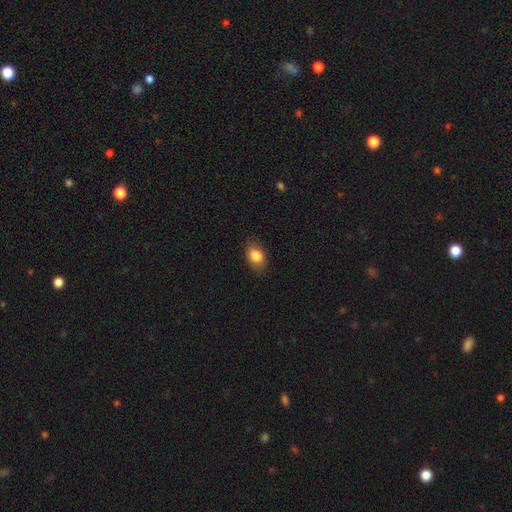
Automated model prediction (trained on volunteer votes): This appears to be a smooth galaxy with no disk features (85%) that is in between round and cigar-shaped (81%). Merging: none (82%).